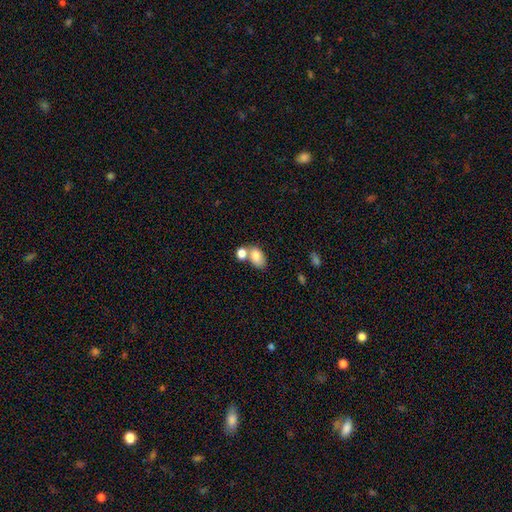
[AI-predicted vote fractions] smooth_or_featured: smooth (p=0.80) [alt: featured or disk p=0.11]
how_rounded: in between (p=0.84) [alt: round p=0.14]
merging: merger (p=0.43) [alt: none p=0.39]